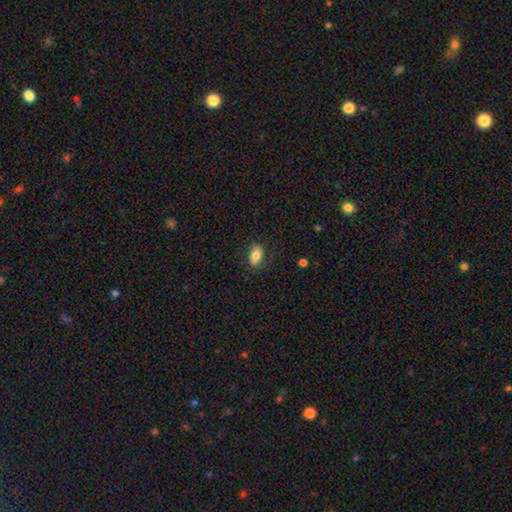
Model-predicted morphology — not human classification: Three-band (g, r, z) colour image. It shows a smooth galaxy with no disk features (79%) that is in between round and cigar-shaped (89%). Merging: none (83%).